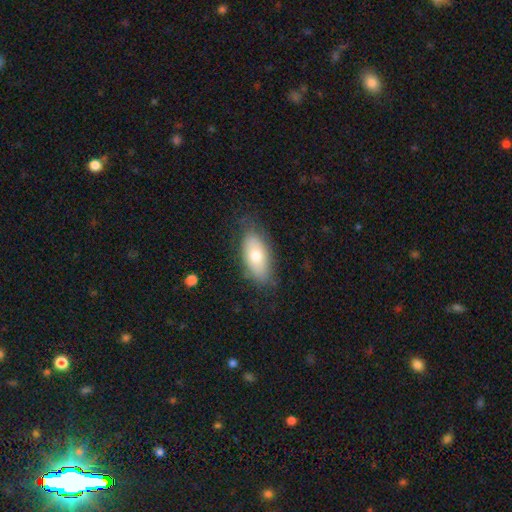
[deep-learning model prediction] Smooth or featured? smooth (71%)
How rounded? in between (88%)
Merging? none (76%)